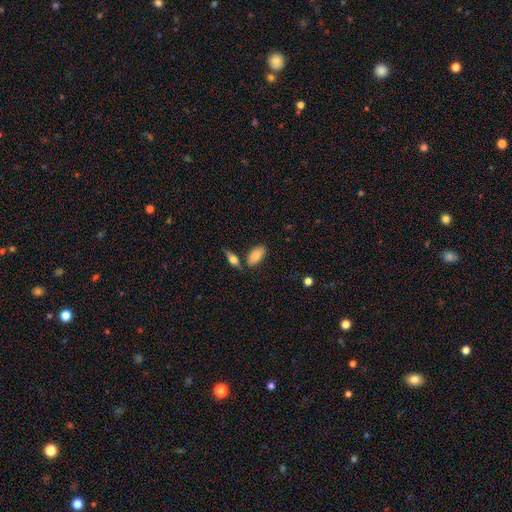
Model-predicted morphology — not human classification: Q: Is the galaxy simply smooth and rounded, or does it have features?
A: smooth — 83%.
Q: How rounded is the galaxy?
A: in between — 93%.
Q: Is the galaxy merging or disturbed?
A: none — 70%.